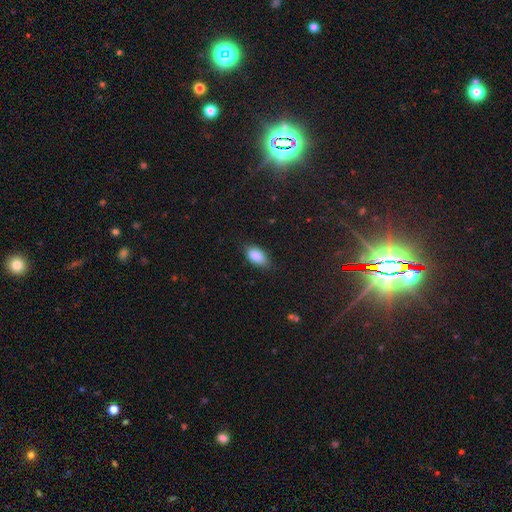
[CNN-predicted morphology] Smooth or featured? Predicted: smooth (p=0.87). How rounded? Predicted: in between (p=0.91). Merging? Predicted: none (p=0.80).